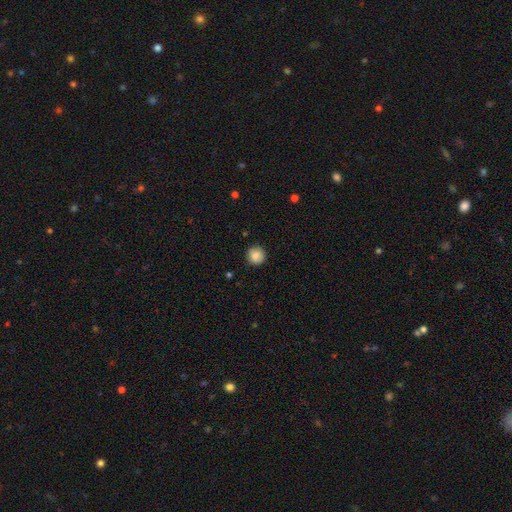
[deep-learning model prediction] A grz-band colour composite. It shows a smooth galaxy with no disk features (87%) that is round (93%). Merging: none (88%).